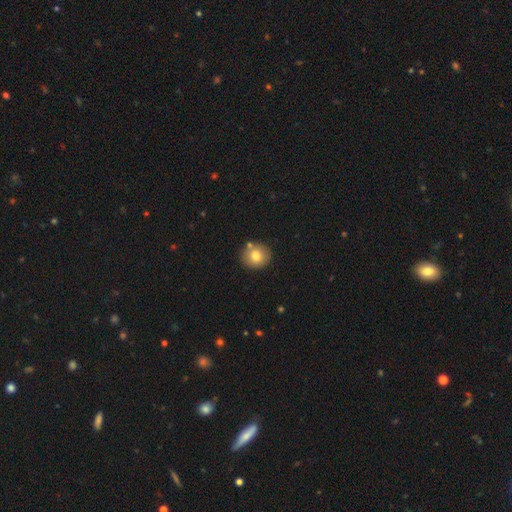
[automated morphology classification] A smooth galaxy with no disk features (78%) that is round (83%). Merging: none (81%).